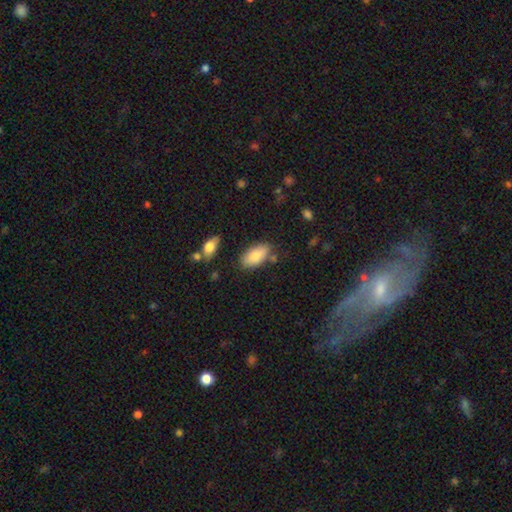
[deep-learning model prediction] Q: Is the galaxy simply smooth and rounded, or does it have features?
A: smooth — 83%.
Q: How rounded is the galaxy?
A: in between — 93%.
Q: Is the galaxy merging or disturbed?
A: none — 74%.